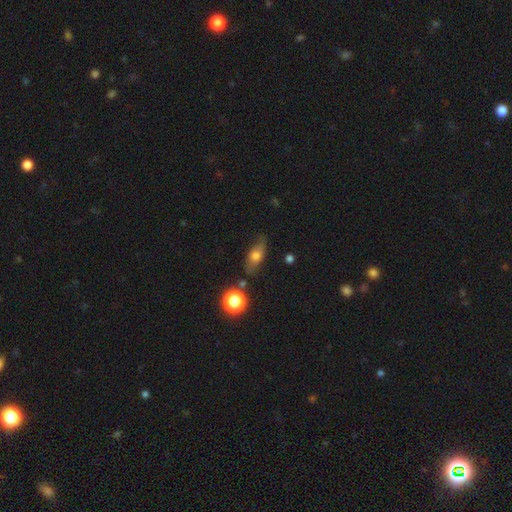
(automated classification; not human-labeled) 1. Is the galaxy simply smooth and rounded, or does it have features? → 61% smooth, 28% featured or disk, 11% star or artifact.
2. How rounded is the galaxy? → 70% in between, 18% cigar-shaped, 12% round.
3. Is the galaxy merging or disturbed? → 73% none, 19% minor disturbance, 5% major disturbance, 4% merger.